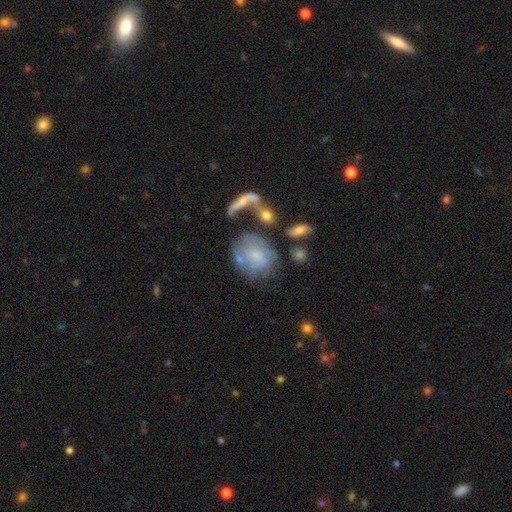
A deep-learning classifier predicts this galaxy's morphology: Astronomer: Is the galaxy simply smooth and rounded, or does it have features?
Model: featured or disk — 50% (runner-up: smooth, 40%).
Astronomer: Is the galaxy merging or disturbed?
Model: none — 41% (runner-up: major disturbance, 22%).